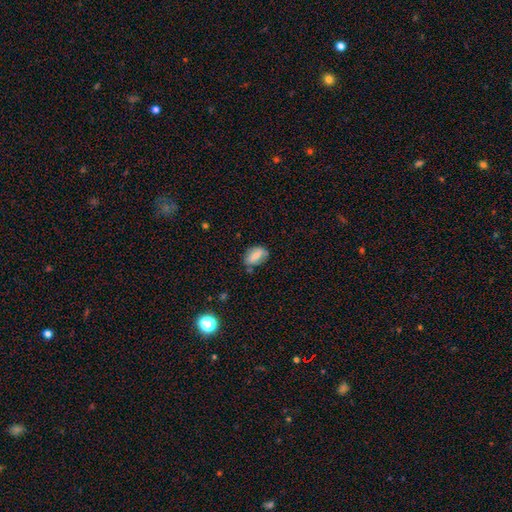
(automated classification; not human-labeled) smooth-or-featured: smooth: 69% | featured or disk: 23% | star or artifact: 8%
  how-rounded: in between: 84% | round: 13% | cigar-shaped: 3%
  merging: none: 64% | minor disturbance: 26% | major disturbance: 6% | merger: 4%